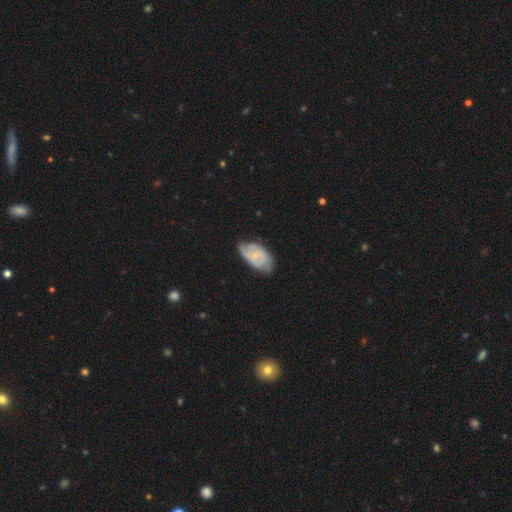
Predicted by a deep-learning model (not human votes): smooth-or-featured: featured or disk: 58% | smooth: 35% | star or artifact: 6%
  disk-edge-on: no: 96% | yes: 4%
    bar: no: 54% | weak: 38% | strong: 7%
    has-spiral-arms: yes: 83% | no: 17%
    bulge-size: small: 64% | moderate: 22% | none: 12% | large: 1% | dominant: 1%
  merging: none: 62% | minor disturbance: 30% | major disturbance: 7% | merger: 1%